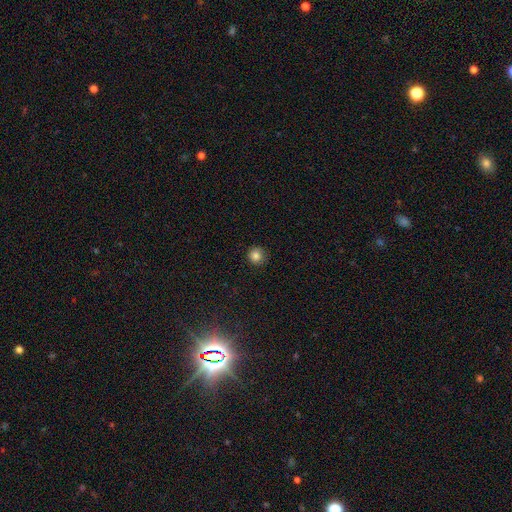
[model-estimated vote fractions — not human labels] smooth_or_featured: smooth (p=0.83) [alt: star or artifact p=0.12]
how_rounded: round (p=0.95) [alt: in between p=0.04]
merging: none (p=0.90) [alt: minor disturbance p=0.07]